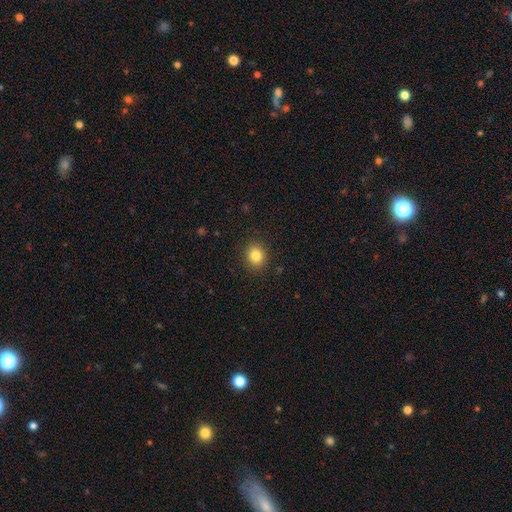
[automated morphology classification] The model was most divided on "how rounded": round: 75%, in between: 24%, cigar-shaped: 1%. More confident: merging — none (90%); smooth or featured — smooth (83%).